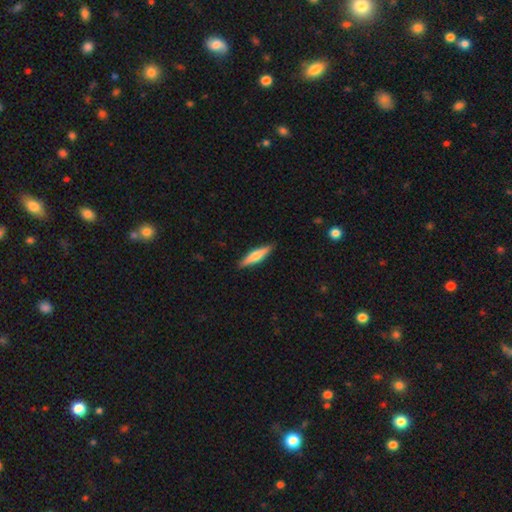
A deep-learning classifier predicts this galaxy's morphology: Overall: smooth (53%; featured or disk 41%). How rounded: cigar-shaped (80%). Merging: none (90%).